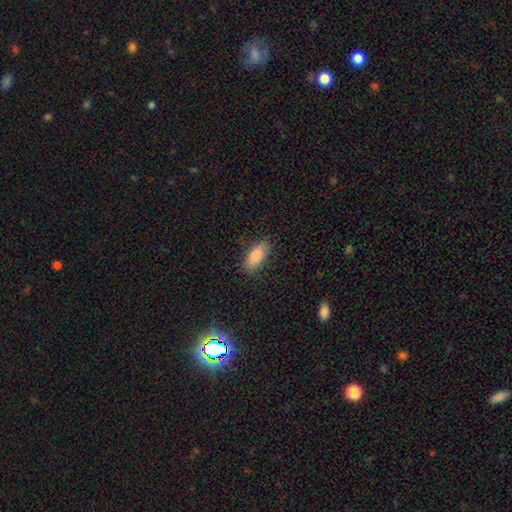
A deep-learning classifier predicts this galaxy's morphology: A smooth galaxy with no disk features (84%) that is in between round and cigar-shaped (83%).

Vote fractions:
- Smooth or featured? smooth: 84% / featured or disk: 8% / star or artifact: 8%
- How rounded? in between: 83% / cigar-shaped: 15% / round: 2%
- Merging? none: 86% / minor disturbance: 11% / major disturbance: 3% / merger: 1%